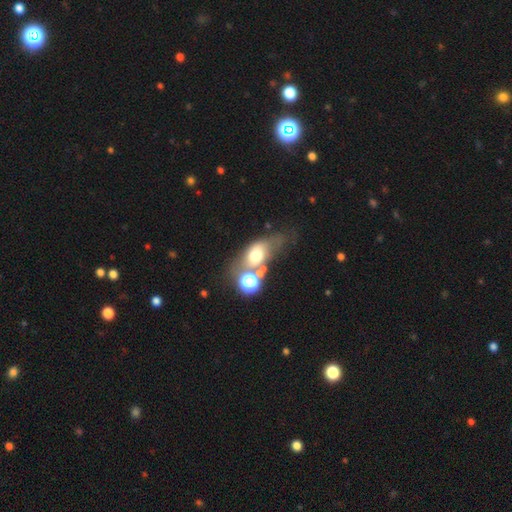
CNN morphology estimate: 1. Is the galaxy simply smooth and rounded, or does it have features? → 55% smooth, 30% featured or disk, 15% star or artifact.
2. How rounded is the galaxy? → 65% in between, 30% round, 6% cigar-shaped.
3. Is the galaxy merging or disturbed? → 34% none, 30% merger, 19% minor disturbance, 17% major disturbance.